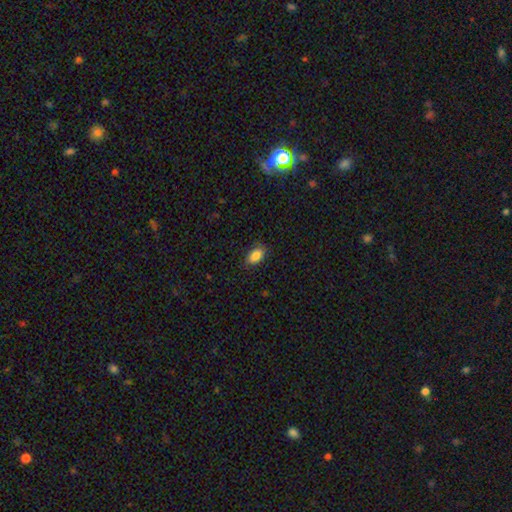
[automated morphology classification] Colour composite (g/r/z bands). It shows a smooth galaxy with no disk features (86%) that is in between round and cigar-shaped (89%). Merging: none (82%).